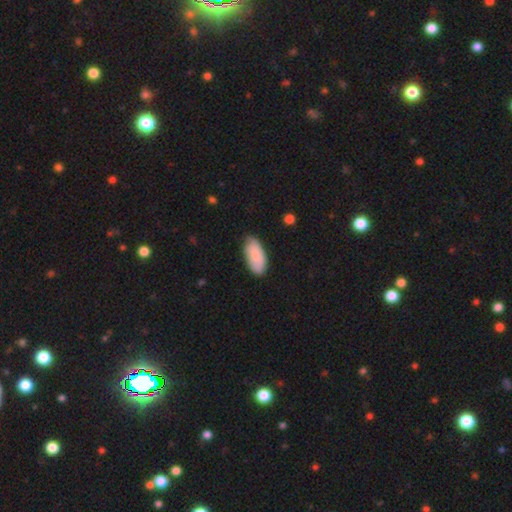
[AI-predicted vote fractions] Morphology: type=smooth (80%); roundness=in between (93%); merging=none (69%).